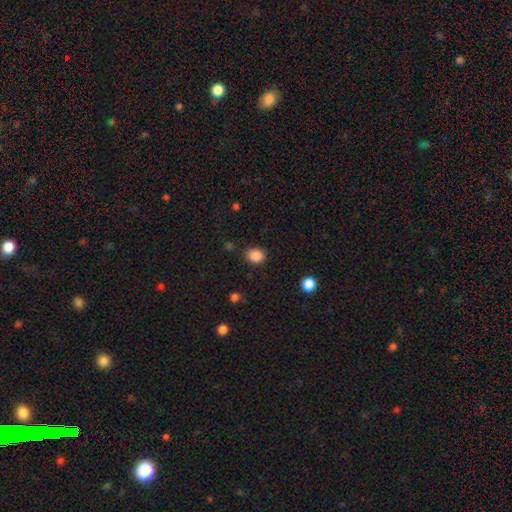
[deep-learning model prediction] A smooth galaxy with no disk features (86%) that is round (62%).

Vote fractions:
- Smooth or featured? smooth: 86% / star or artifact: 10% / featured or disk: 4%
- How rounded? round: 62% / in between: 37% / cigar-shaped: 1%
- Merging? none: 80% / minor disturbance: 14% / major disturbance: 3% / merger: 3%